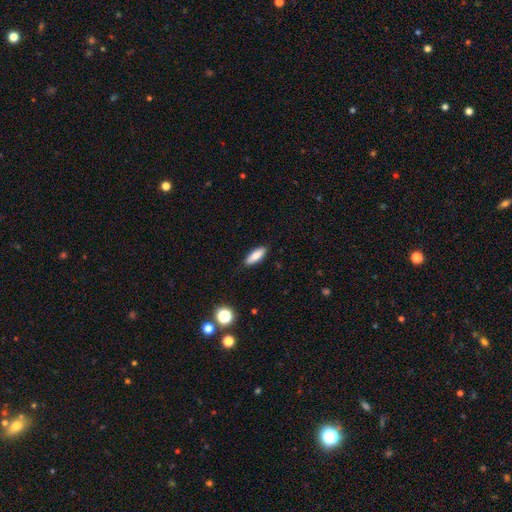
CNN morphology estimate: A smooth galaxy with no disk features (81%) that is in between round and cigar-shaped (60%). Merging: none (86%).